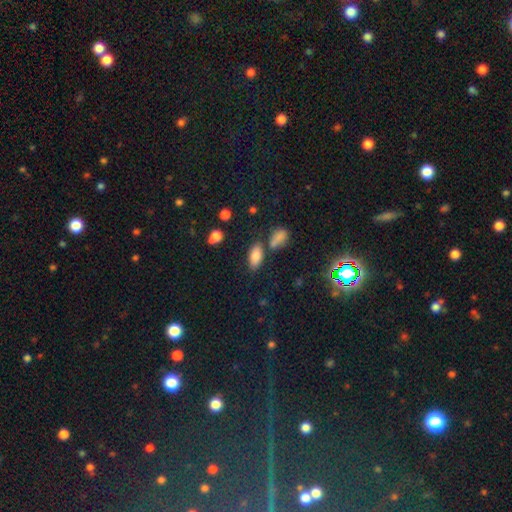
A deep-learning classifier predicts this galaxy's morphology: type=smooth (82%); roundness=in between (89%); merging=none (69%).